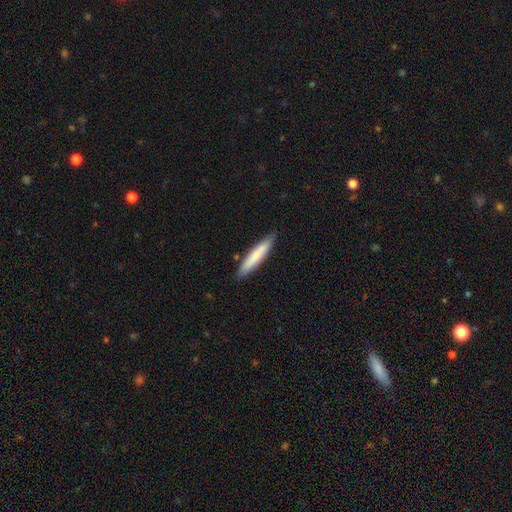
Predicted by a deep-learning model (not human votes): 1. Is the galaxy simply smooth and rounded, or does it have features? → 77% smooth, 17% featured or disk, 5% star or artifact.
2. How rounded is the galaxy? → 90% cigar-shaped, 9% in between, 1% round.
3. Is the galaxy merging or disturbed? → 88% none, 9% minor disturbance, 2% merger, 2% major disturbance.